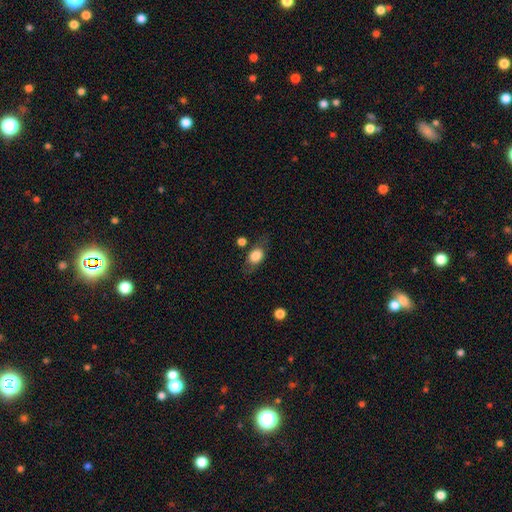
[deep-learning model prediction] smooth 75%, featured or disk 17%, star or artifact 8%. Down the decision tree: how rounded — in between (67%); merging — none (68%).